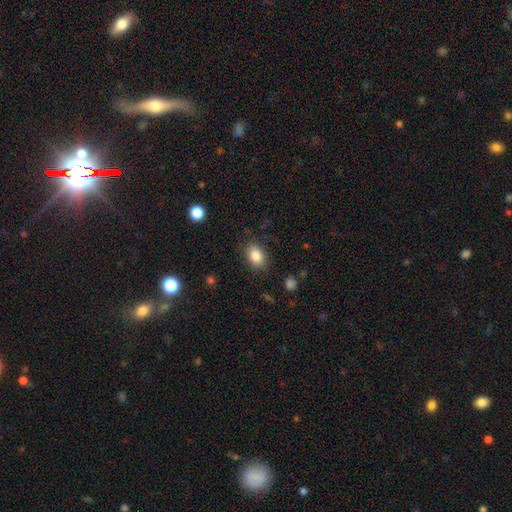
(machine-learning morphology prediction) Overall: smooth (86%). How rounded: in between (83%). Merging: none (84%).